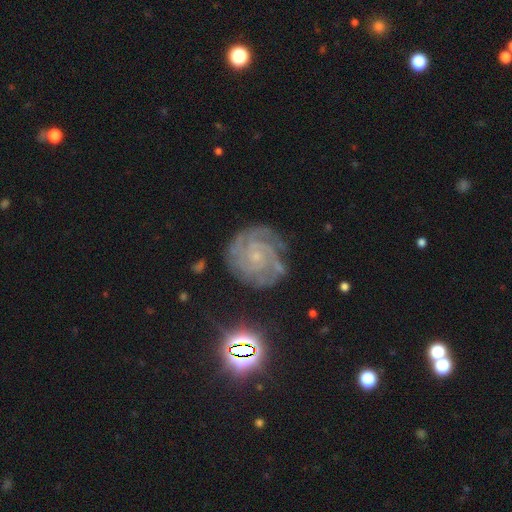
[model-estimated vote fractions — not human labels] Q: Smooth or featured?
A: featured or disk (85%); runner-up: star or artifact (8%)
Q: Edge-on disk?
A: no (98%); runner-up: yes (2%)
Q: Bar?
A: no (73%); runner-up: weak (22%)
Q: Spiral arms?
A: yes (97%); runner-up: no (3%)
Q: Spiral winding?
A: tight (74%); runner-up: medium (22%)
Q: Spiral arm count?
A: 3 (31%); runner-up: can't tell (22%)
Q: Bulge size?
A: small (79%); runner-up: moderate (12%)
Q: Merging?
A: none (72%); runner-up: minor disturbance (18%)